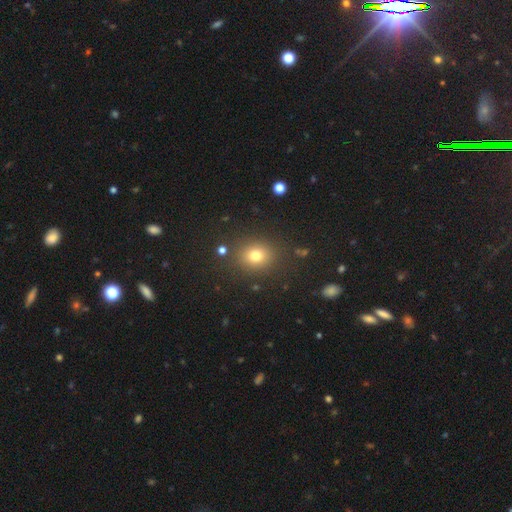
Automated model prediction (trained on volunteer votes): This is likely a smooth galaxy (77%). How rounded: likely round (66%). Merging: clearly none (84%).